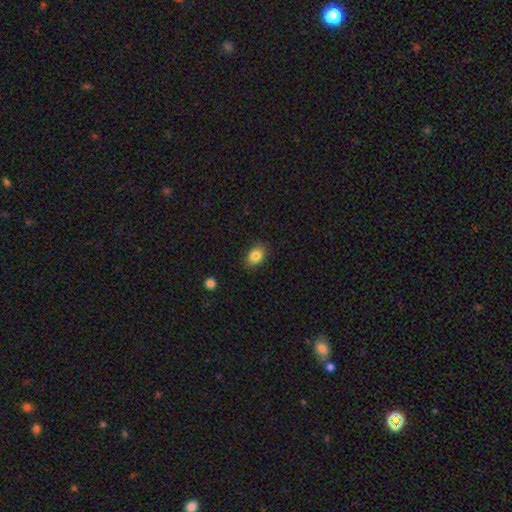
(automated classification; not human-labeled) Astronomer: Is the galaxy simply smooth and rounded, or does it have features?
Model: smooth — 85%.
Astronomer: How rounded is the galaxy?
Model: in between — 77%.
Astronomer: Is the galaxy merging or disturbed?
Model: none — 86%.